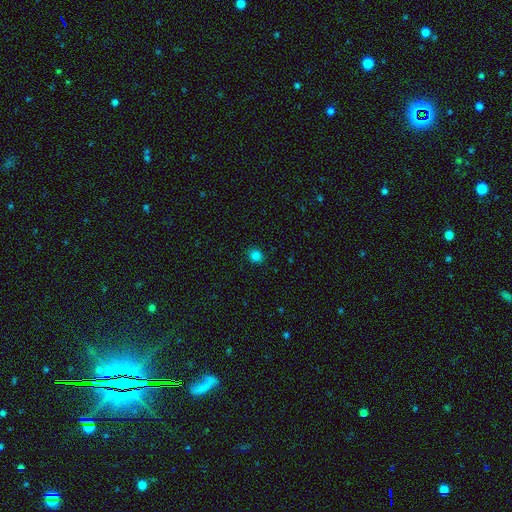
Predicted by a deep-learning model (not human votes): Smooth or featured? smooth (82%)
How rounded? round (82%)
Merging? none (90%)